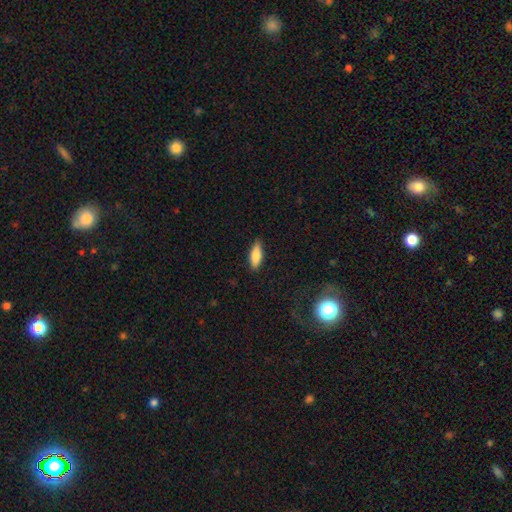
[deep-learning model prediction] smooth-or-featured: smooth: 82% | featured or disk: 12% | star or artifact: 6%
  how-rounded: in between: 63% | cigar-shaped: 35% | round: 2%
  merging: none: 85% | minor disturbance: 12% | major disturbance: 2% | merger: 1%